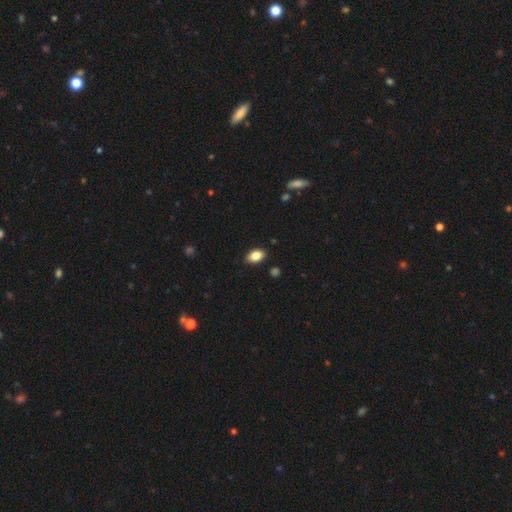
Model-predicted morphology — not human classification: A smooth galaxy with no disk features (84%) that is in between round and cigar-shaped (89%).

Vote fractions:
- Smooth or featured? smooth: 84% / star or artifact: 8% / featured or disk: 8%
- How rounded? in between: 89% / round: 9% / cigar-shaped: 2%
- Merging? none: 87% / minor disturbance: 10% / major disturbance: 2% / merger: 1%